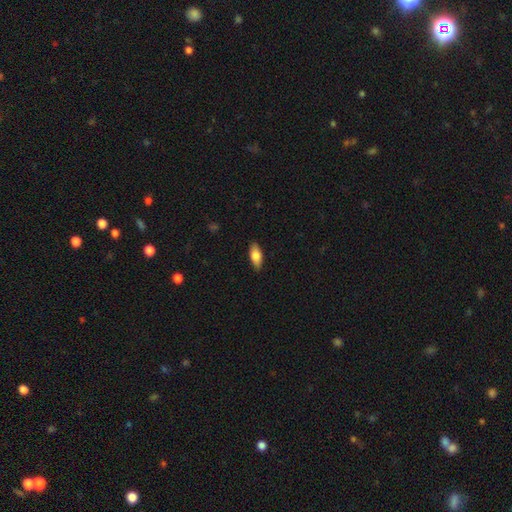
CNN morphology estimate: Q: Smooth or featured?
A: smooth (80%); runner-up: featured or disk (14%)
Q: How rounded?
A: in between (83%); runner-up: cigar-shaped (15%)
Q: Merging?
A: none (88%); runner-up: minor disturbance (9%)